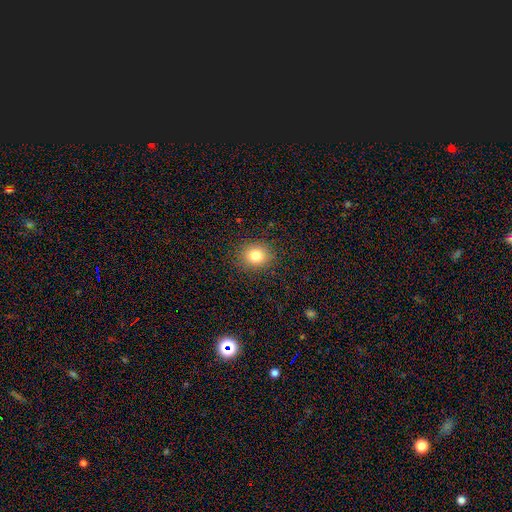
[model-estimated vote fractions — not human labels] Overall: smooth (81%). How rounded: round (72%). Merging: none (88%).